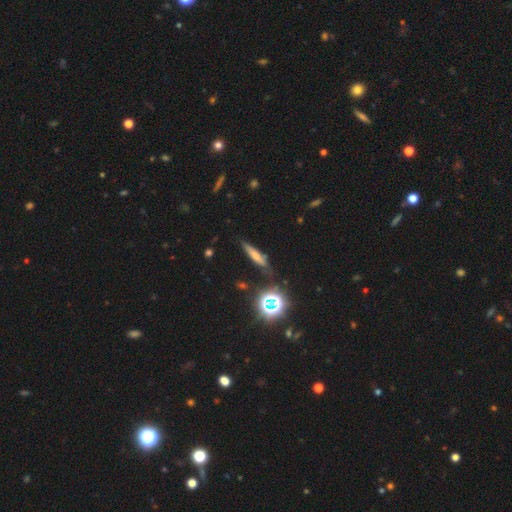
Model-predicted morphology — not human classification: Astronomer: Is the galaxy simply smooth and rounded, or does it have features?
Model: smooth — 57%.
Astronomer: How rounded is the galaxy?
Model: cigar-shaped — 81%.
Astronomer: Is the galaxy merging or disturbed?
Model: none — 74%.